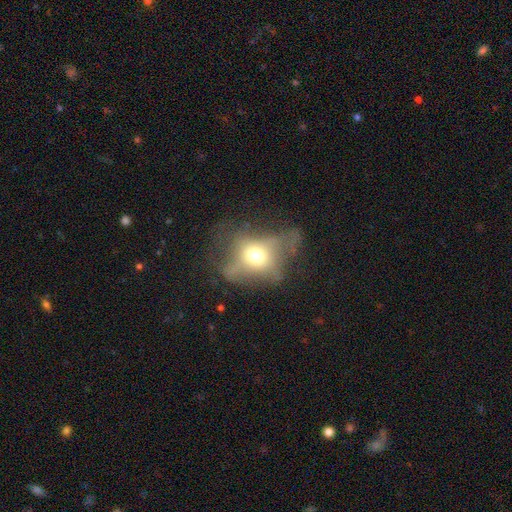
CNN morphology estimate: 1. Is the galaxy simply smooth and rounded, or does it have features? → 45% smooth, 41% featured or disk, 14% star or artifact.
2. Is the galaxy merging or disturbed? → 45% major disturbance, 31% none, 21% minor disturbance, 4% merger.